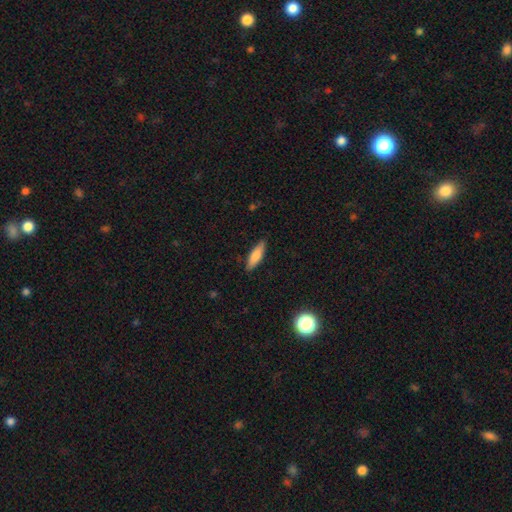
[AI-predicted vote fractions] Smooth or featured: smooth — 76% (featured or disk — 17%)
How rounded: cigar-shaped — 59% (in between — 39%)
Merging: none — 86% (minor disturbance — 11%)